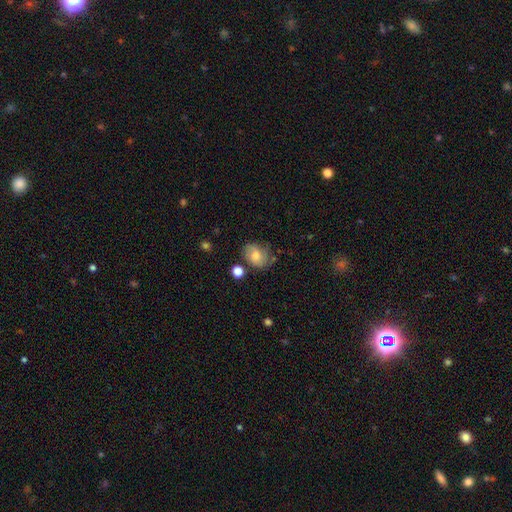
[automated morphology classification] Smooth or featured: smooth — 60% (featured or disk — 31%)
How rounded: in between — 57% (round — 41%)
Merging: none — 56% (minor disturbance — 26%)